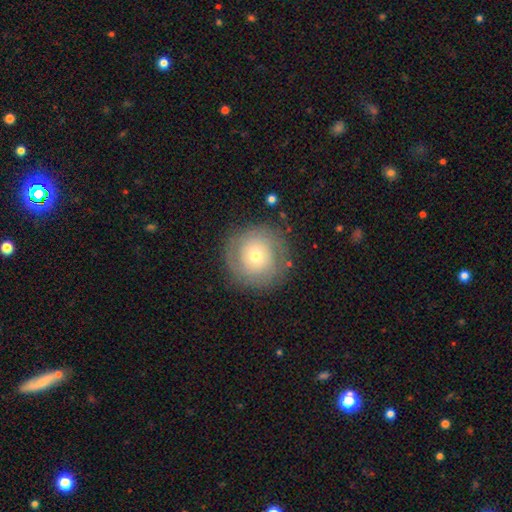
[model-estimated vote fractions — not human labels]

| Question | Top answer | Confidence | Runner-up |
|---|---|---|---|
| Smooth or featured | featured or disk | 52% | smooth (39%) |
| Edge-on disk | no | 97% | yes (3%) |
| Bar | no | 83% | weak (14%) |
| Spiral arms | yes | 70% | no (30%) |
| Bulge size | moderate | 50% | small (43%) |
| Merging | none | 83% | minor disturbance (11%) |